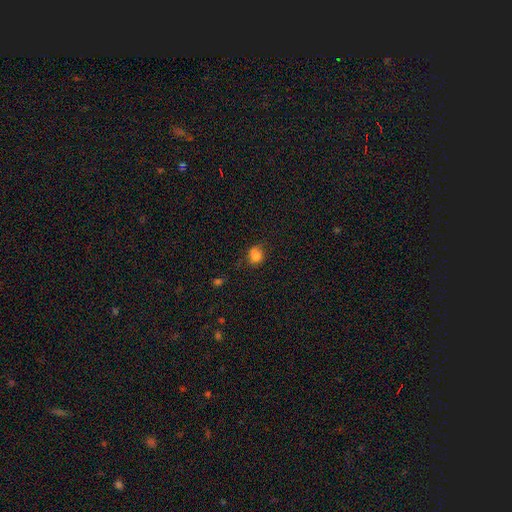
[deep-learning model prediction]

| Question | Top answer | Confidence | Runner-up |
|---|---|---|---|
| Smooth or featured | smooth | 79% | star or artifact (13%) |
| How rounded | round | 72% | in between (27%) |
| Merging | none | 58% | minor disturbance (27%) |